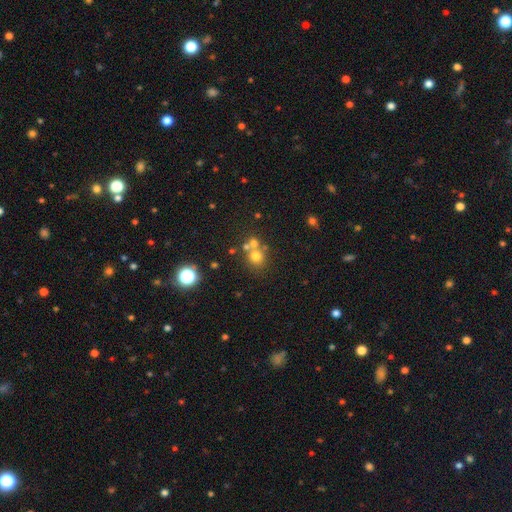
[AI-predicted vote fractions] Smooth or featured? Predicted: smooth (p=0.66). How rounded? Predicted: round (p=0.86). Merging? Predicted: none (p=0.52).